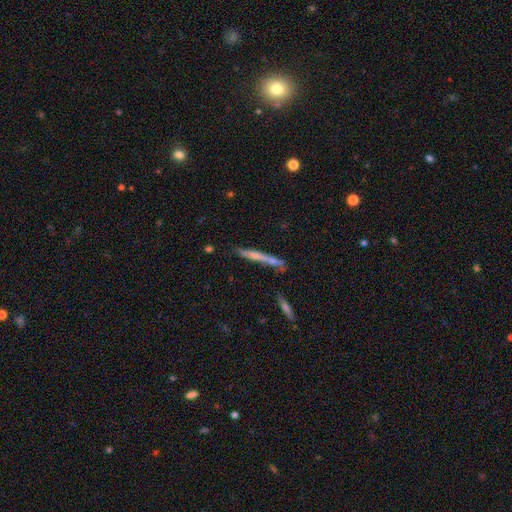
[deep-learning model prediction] Smooth or featured?
  - smooth: 51% *
  - featured or disk: 42%
  - star or artifact: 8%
How rounded?
  - cigar-shaped: 94% *
  - in between: 4%
  - round: 2%
Merging?
  - none: 59% *
  - minor disturbance: 18%
  - merger: 16%
  - major disturbance: 7%